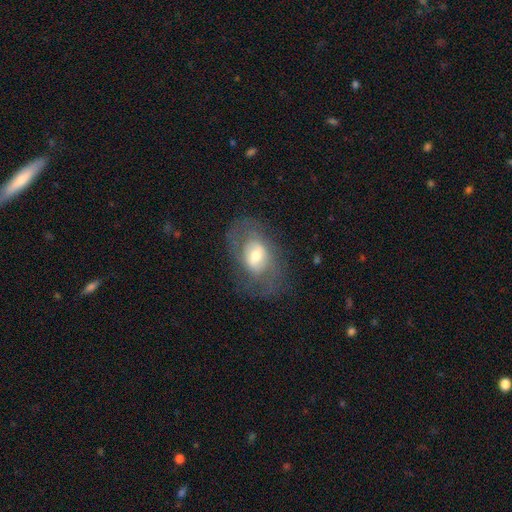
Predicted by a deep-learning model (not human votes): This appears to be a featured or disk galaxy (53%). Merging: none (67%).